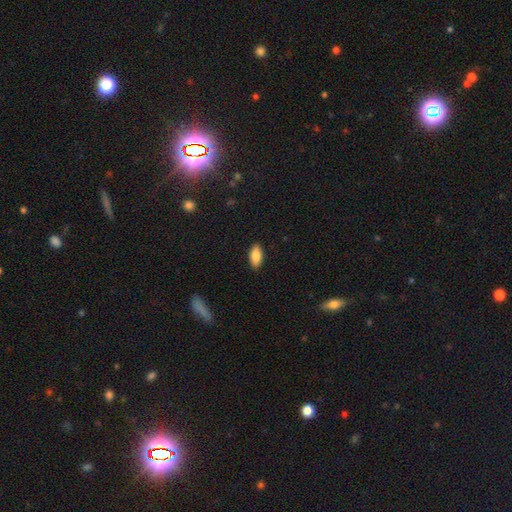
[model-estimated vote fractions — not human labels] This appears to be a smooth galaxy with no disk features (84%) that is in between round and cigar-shaped (89%). Merging: none (88%).